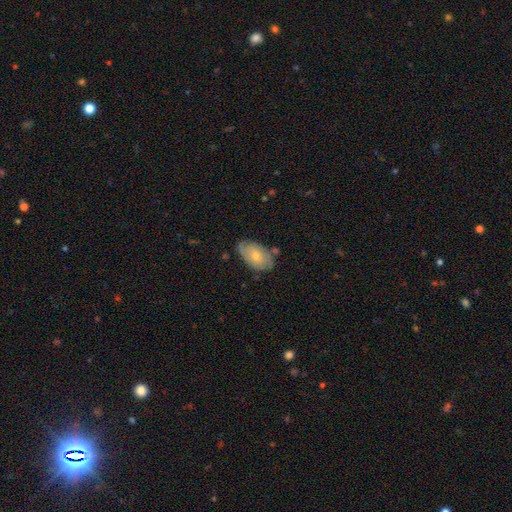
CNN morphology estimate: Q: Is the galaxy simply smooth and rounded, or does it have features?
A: smooth — 56%.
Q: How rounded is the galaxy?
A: in between — 92%.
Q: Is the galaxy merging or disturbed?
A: none — 66%.